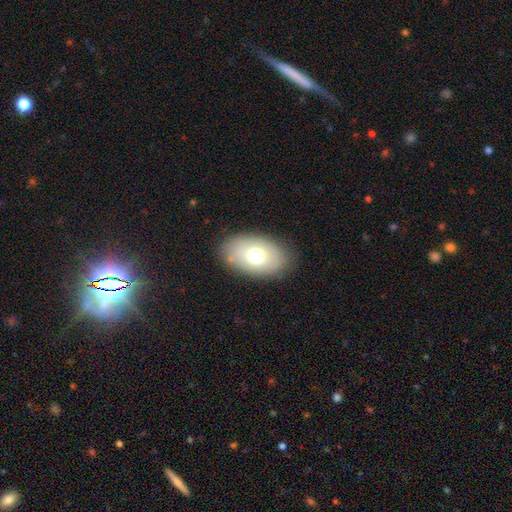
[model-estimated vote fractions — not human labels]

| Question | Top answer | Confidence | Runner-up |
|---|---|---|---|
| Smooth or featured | smooth | 69% | featured or disk (22%) |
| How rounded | in between | 89% | round (10%) |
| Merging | none | 82% | minor disturbance (12%) |